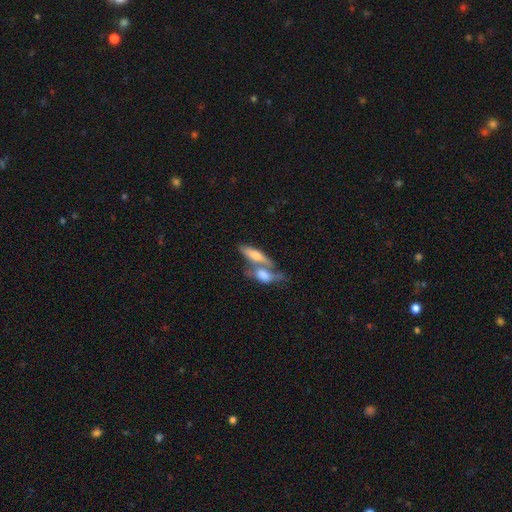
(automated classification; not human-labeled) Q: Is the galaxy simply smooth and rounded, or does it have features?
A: smooth — 54%.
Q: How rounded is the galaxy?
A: in between — 52%.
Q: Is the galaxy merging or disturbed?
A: merger — 56%.